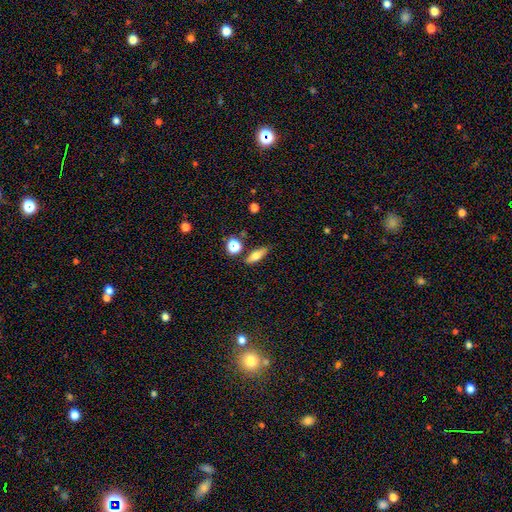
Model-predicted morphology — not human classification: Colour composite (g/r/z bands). It shows a smooth galaxy with no disk features (63%) that is in between round and cigar-shaped (56%). Merging: none (79%).